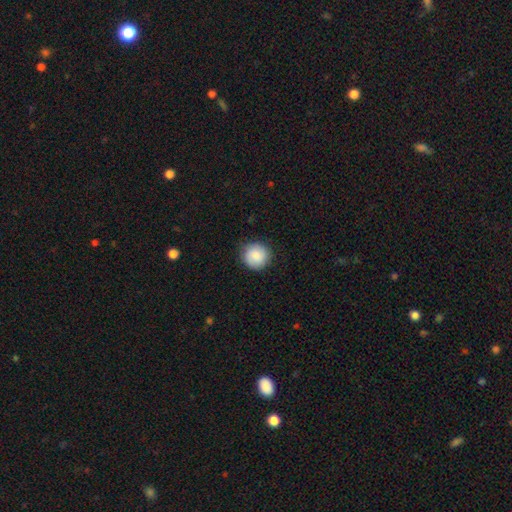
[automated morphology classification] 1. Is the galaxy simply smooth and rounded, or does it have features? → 87% smooth, 7% star or artifact, 6% featured or disk.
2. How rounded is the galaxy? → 94% round, 6% in between, 1% cigar-shaped.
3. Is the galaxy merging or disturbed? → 88% none, 9% minor disturbance, 2% major disturbance, 1% merger.